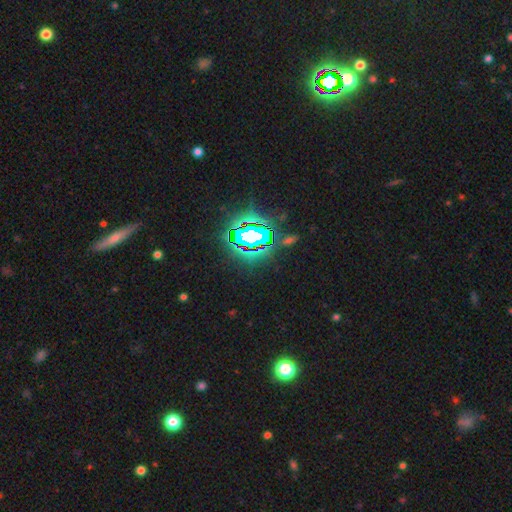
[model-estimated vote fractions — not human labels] smooth_or_featured: star or artifact (p=0.80) [alt: smooth p=0.12]